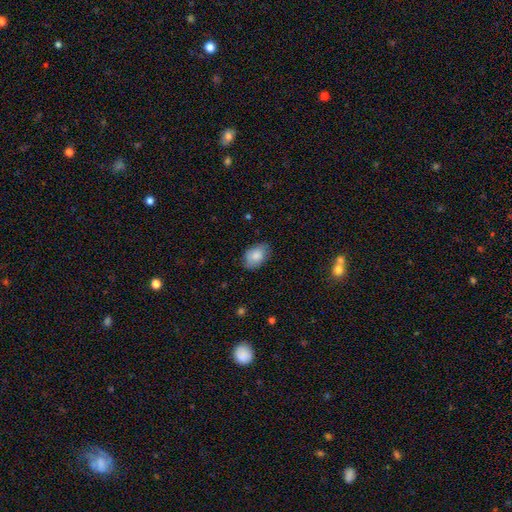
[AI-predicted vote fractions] smooth 83%, featured or disk 10%, star or artifact 7%. Down the decision tree: how rounded — in between (86%); merging — none (75%).